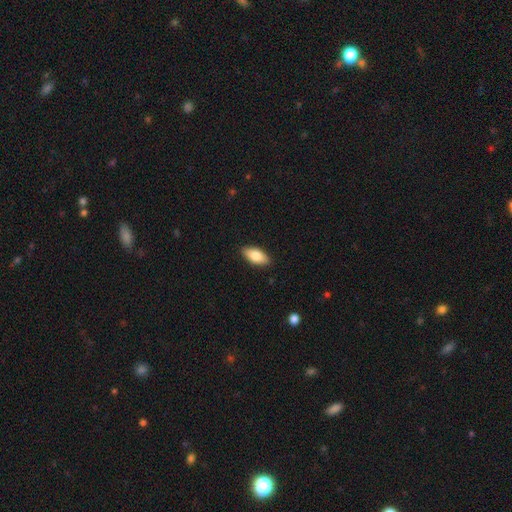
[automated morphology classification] Smooth or featured? Predicted: smooth (p=0.81). How rounded? Predicted: in between (p=0.88). Merging? Predicted: none (p=0.89).